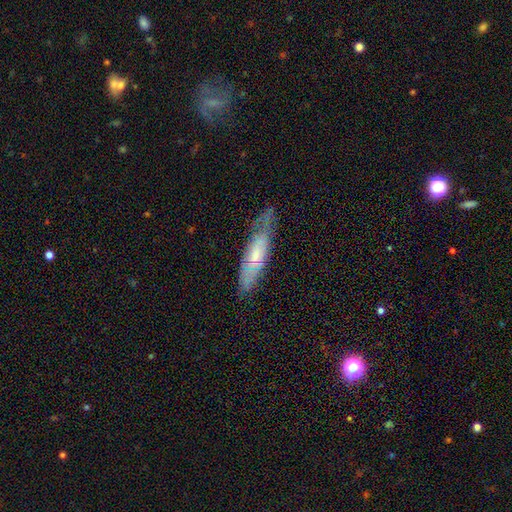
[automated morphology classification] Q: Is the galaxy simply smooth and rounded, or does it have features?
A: featured or disk — 55%.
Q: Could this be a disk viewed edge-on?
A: no — 58%.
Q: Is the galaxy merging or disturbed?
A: none — 56%.